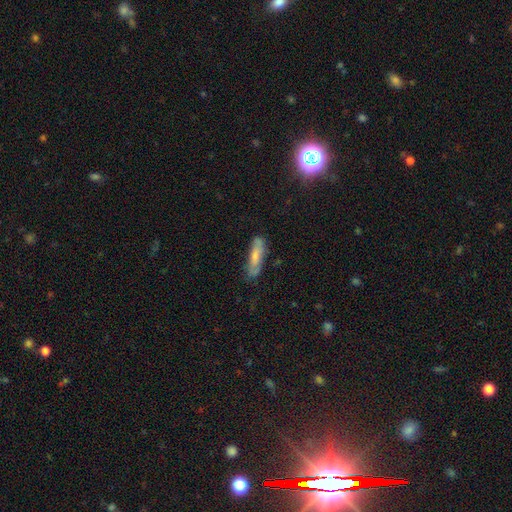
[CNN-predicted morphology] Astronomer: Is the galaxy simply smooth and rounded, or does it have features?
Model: smooth — 62%.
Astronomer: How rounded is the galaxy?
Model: cigar-shaped — 65%.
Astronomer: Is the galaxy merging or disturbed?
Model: none — 70%.